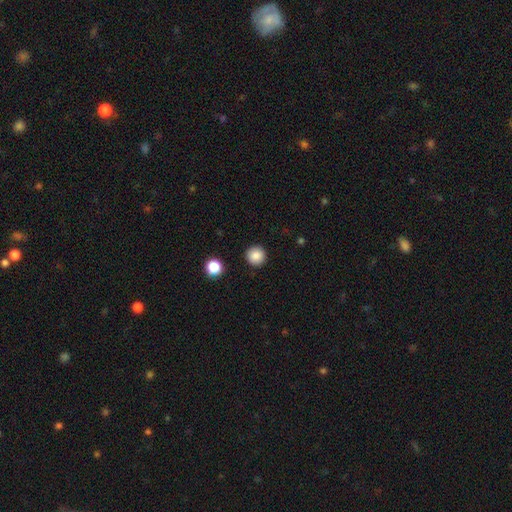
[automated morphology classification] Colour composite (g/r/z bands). It shows a smooth galaxy with no disk features (87%) that is round (96%). Merging: none (92%).